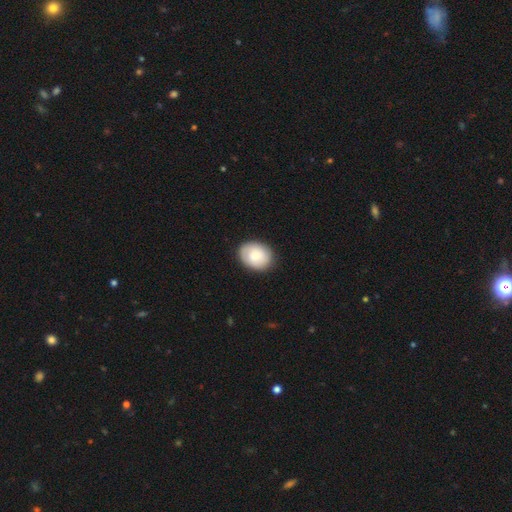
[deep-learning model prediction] Q: Smooth or featured?
A: smooth (80%); runner-up: featured or disk (14%)
Q: How rounded?
A: in between (56%); runner-up: round (43%)
Q: Merging?
A: none (86%); runner-up: minor disturbance (11%)